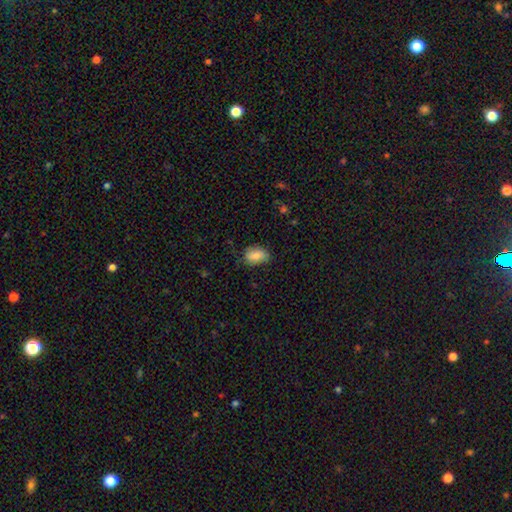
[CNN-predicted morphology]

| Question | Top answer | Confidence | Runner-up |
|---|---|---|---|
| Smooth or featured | smooth | 80% | featured or disk (12%) |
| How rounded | in between | 84% | round (14%) |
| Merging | none | 70% | minor disturbance (24%) |